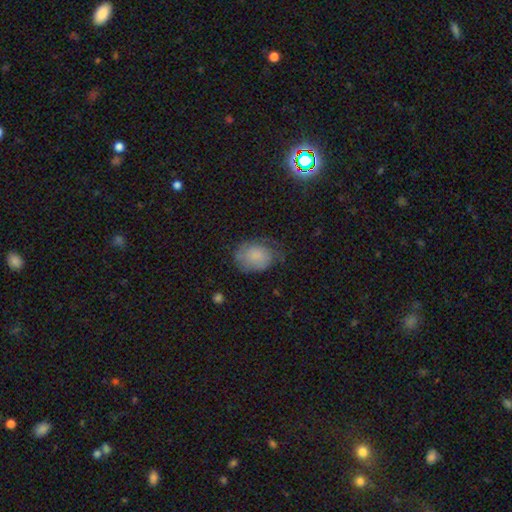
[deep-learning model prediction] smooth 69%, featured or disk 22%, star or artifact 9%. Down the decision tree: how rounded — in between (62%); merging — none (52%).